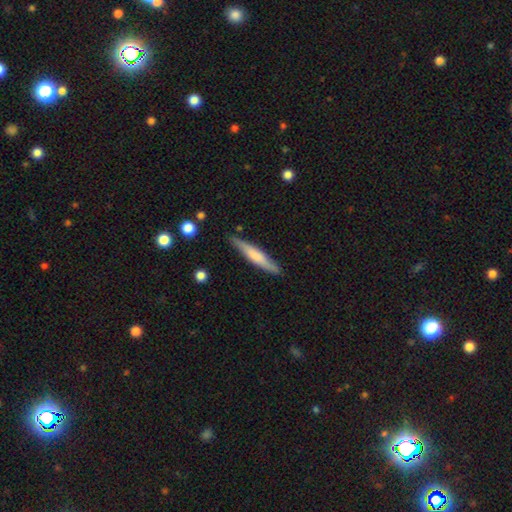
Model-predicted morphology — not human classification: smooth 58%, featured or disk 37%, star or artifact 5%. Down the decision tree: how rounded — cigar-shaped (91%); merging — none (86%).